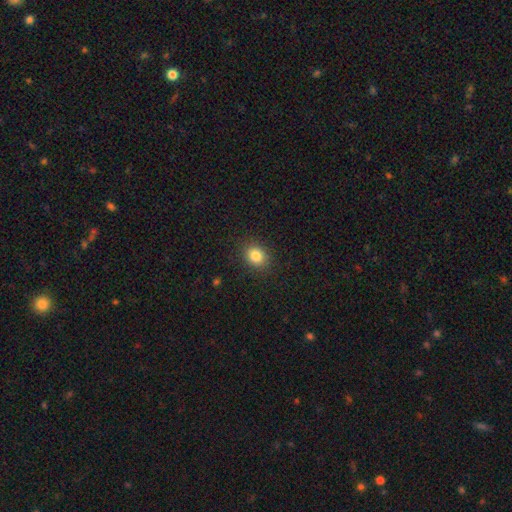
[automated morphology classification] Smooth or featured? smooth (84%)
How rounded? round (58%)
Merging? none (89%)